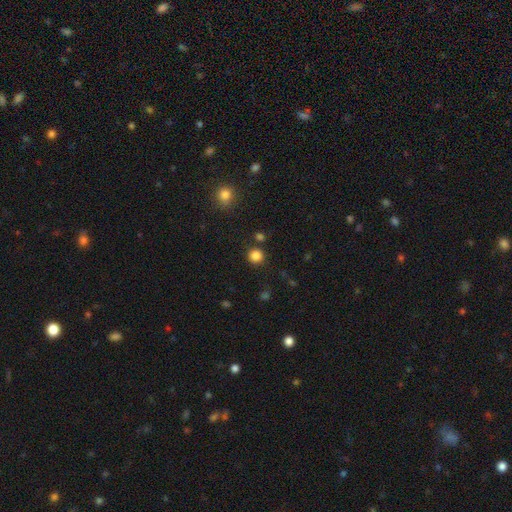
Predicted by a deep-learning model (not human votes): smooth-or-featured: smooth: 84% | star or artifact: 13% | featured or disk: 4%
  how-rounded: round: 93% | in between: 6% | cigar-shaped: 1%
  merging: none: 86% | minor disturbance: 7% | merger: 5% | major disturbance: 3%